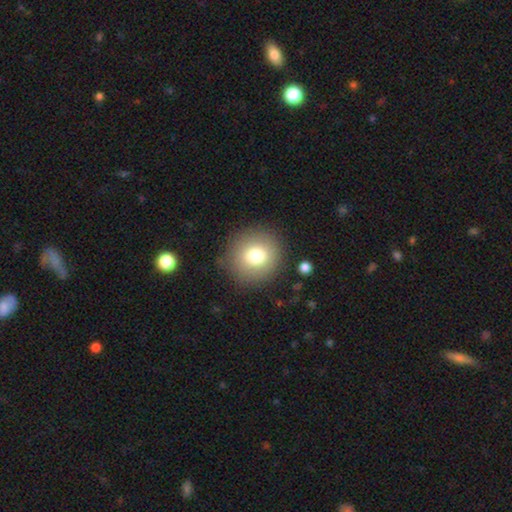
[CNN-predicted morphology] A smooth galaxy with no disk features (77%) that is round (93%).

Vote fractions:
- Smooth or featured? smooth: 77% / featured or disk: 12% / star or artifact: 11%
- How rounded? round: 93% / in between: 6% / cigar-shaped: 1%
- Merging? none: 86% / minor disturbance: 9% / major disturbance: 4% / merger: 2%